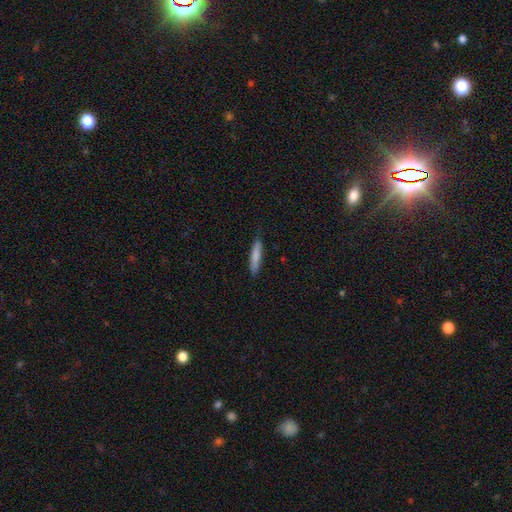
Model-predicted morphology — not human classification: Smooth or featured? Predicted: smooth (p=0.83). How rounded? Predicted: cigar-shaped (p=0.86). Merging? Predicted: none (p=0.86).